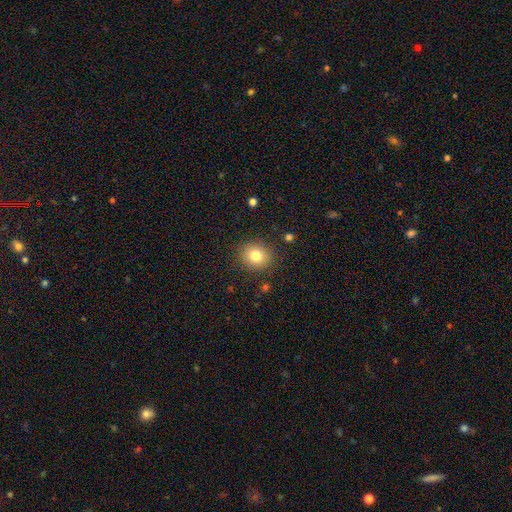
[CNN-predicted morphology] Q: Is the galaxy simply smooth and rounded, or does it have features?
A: smooth — 80%.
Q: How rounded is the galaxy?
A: round — 79%.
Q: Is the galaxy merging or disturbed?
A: none — 88%.